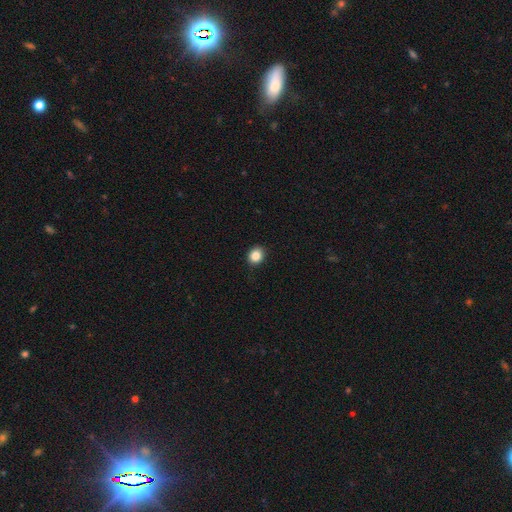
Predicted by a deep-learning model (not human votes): Smooth or featured?
  - smooth: 85% *
  - star or artifact: 10%
  - featured or disk: 5%
How rounded?
  - round: 67% *
  - in between: 32%
  - cigar-shaped: 1%
Merging?
  - none: 89% *
  - minor disturbance: 9%
  - major disturbance: 2%
  - merger: 1%